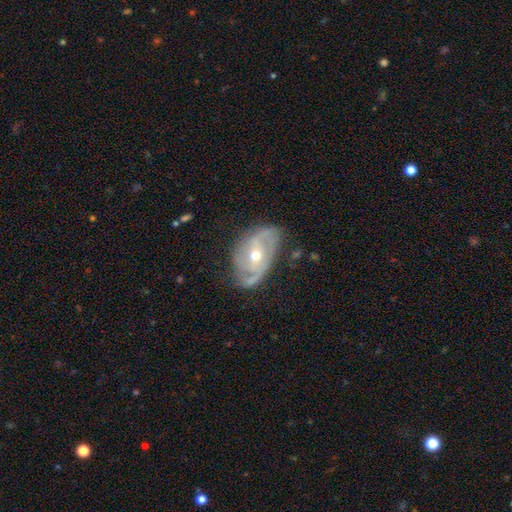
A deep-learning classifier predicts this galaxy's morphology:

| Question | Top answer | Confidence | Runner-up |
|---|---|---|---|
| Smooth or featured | featured or disk | 80% | smooth (14%) |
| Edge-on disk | no | 95% | yes (5%) |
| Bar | no | 44% | weak (36%) |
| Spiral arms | yes | 86% | no (14%) |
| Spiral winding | medium | 42% | tight (30%) |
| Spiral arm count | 2 | 68% | can't tell (16%) |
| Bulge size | moderate | 54% | small (42%) |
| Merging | none | 61% | minor disturbance (26%) |